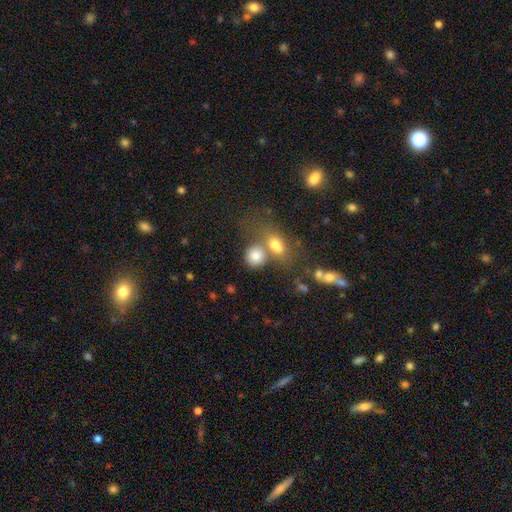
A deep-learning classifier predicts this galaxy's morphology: Smooth or featured?
  - smooth: 79% *
  - star or artifact: 11%
  - featured or disk: 10%
How rounded?
  - round: 66% *
  - in between: 32%
  - cigar-shaped: 2%
Merging?
  - merger: 42% *
  - none: 41%
  - minor disturbance: 10%
  - major disturbance: 7%